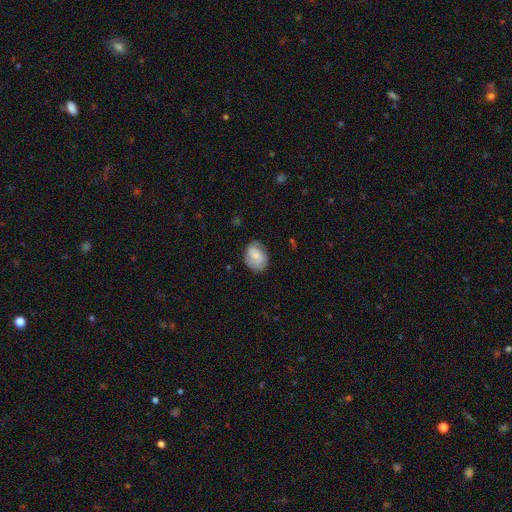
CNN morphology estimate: This is likely a smooth galaxy (65%). How rounded: likely in between (66%). Merging: likely none (69%).